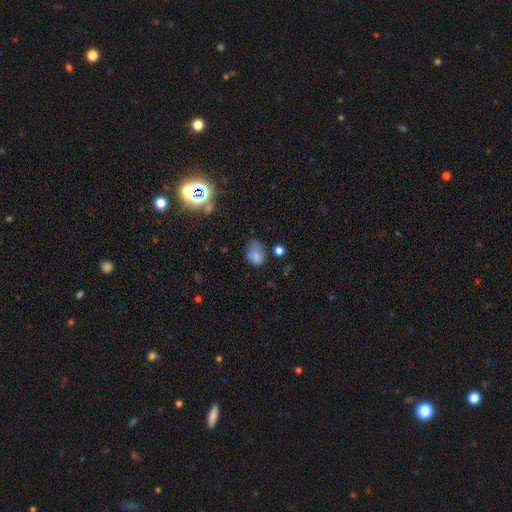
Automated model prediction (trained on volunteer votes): This appears to be a smooth galaxy with no disk features (75%) that is in between round and cigar-shaped (67%). Merging: none (39%).